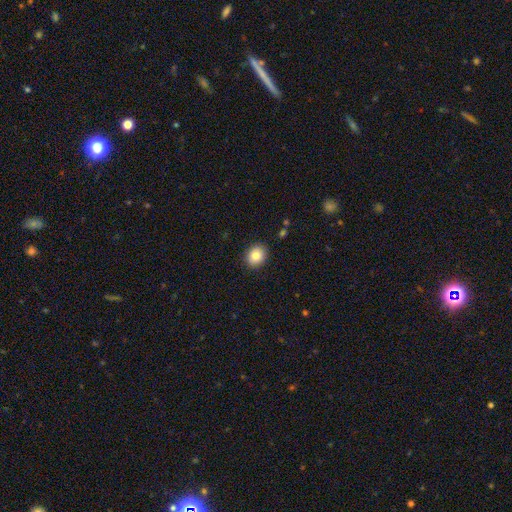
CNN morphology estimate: Smooth or featured?
  - smooth: 83% *
  - star or artifact: 9%
  - featured or disk: 8%
How rounded?
  - round: 57% *
  - in between: 42%
  - cigar-shaped: 1%
Merging?
  - none: 90% *
  - minor disturbance: 7%
  - major disturbance: 2%
  - merger: 1%